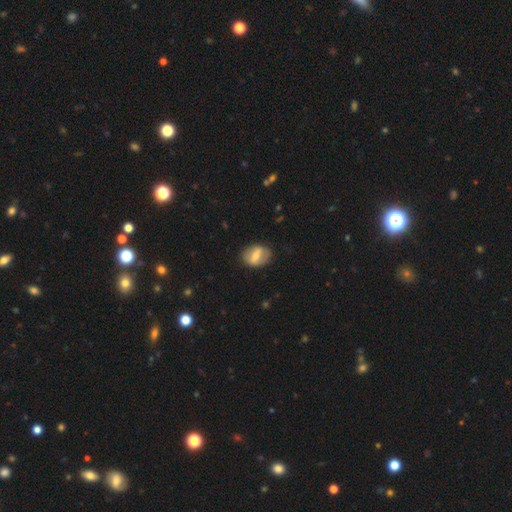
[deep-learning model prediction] Overall: smooth (49%; featured or disk 44%). Merging: none (80%).